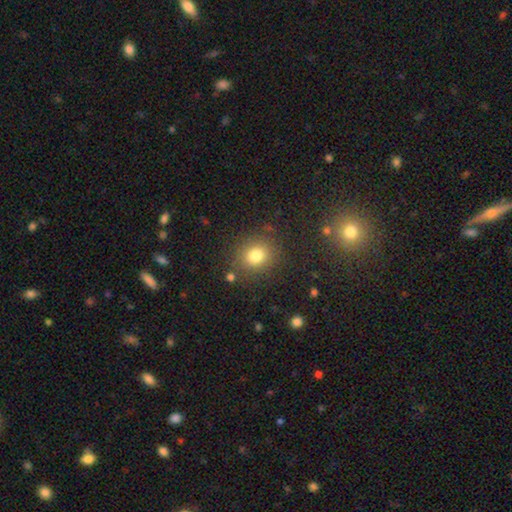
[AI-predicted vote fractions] Overall: smooth (79%). How rounded: round (76%). Merging: none (83%).